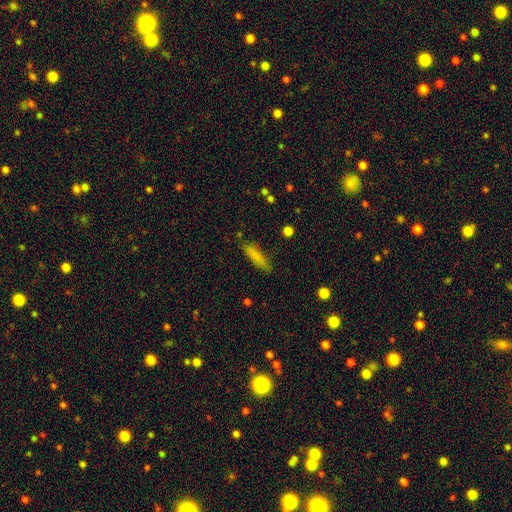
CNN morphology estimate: The model was most divided on "how rounded": cigar-shaped: 72%, in between: 26%, round: 2%. More confident: smooth or featured — smooth (81%); merging — none (79%).